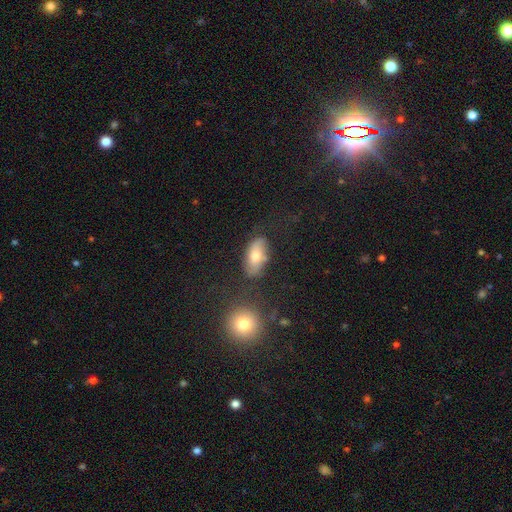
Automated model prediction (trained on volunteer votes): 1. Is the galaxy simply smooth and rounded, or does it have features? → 62% smooth, 26% featured or disk, 12% star or artifact.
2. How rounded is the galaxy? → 86% in between, 8% round, 6% cigar-shaped.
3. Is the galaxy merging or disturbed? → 66% none, 19% minor disturbance, 8% major disturbance, 7% merger.